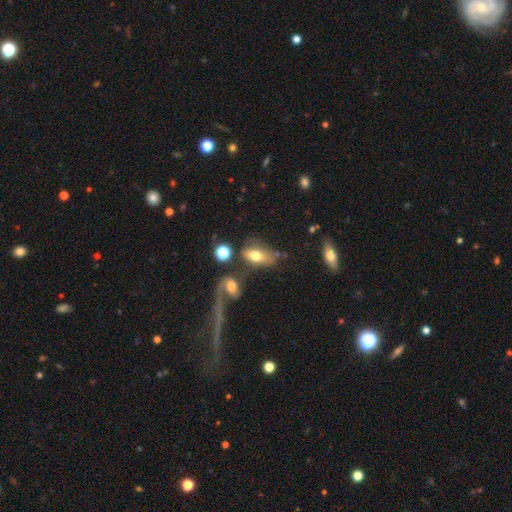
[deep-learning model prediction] Smooth or featured?
  - smooth: 64% *
  - featured or disk: 26%
  - star or artifact: 10%
How rounded?
  - in between: 87% *
  - round: 9%
  - cigar-shaped: 4%
Merging?
  - none: 35% *
  - merger: 30%
  - major disturbance: 19%
  - minor disturbance: 16%